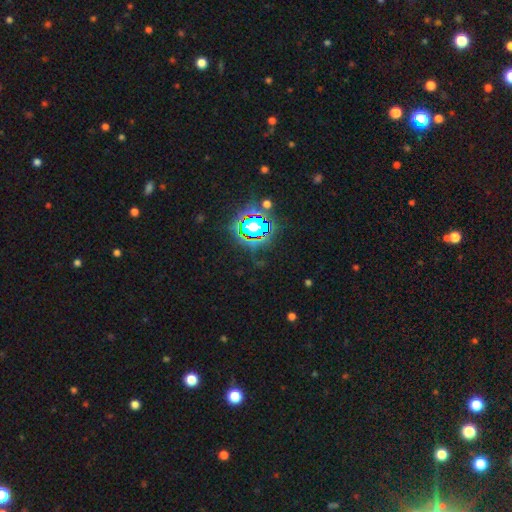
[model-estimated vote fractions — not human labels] A star or artifact, not a galaxy (81%).